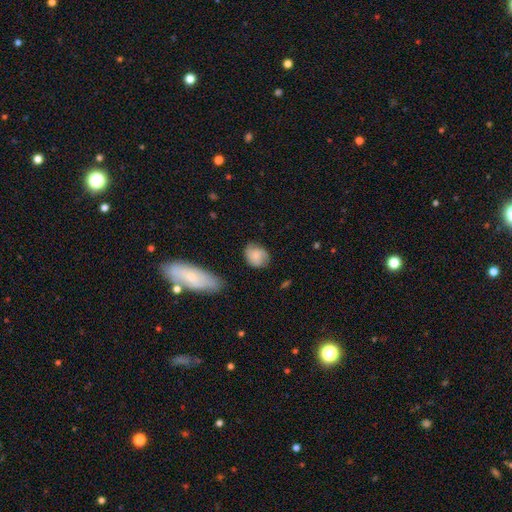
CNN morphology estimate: This appears to be a smooth galaxy with no disk features (65%) that is round (56%). Merging: none (70%).